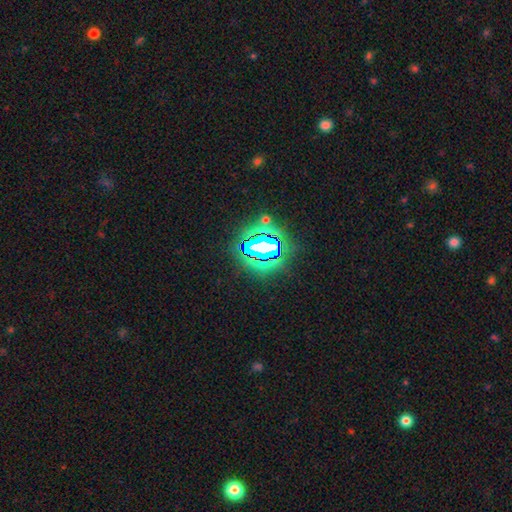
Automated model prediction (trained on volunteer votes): Overall: star or artifact (82%).